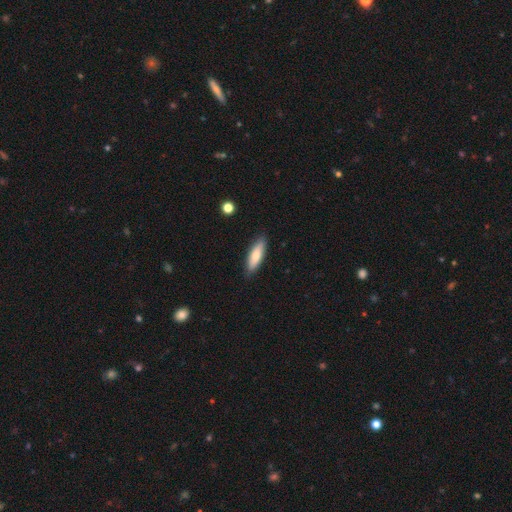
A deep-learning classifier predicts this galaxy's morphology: Smooth or featured? smooth (75%)
How rounded? cigar-shaped (54%)
Merging? none (87%)